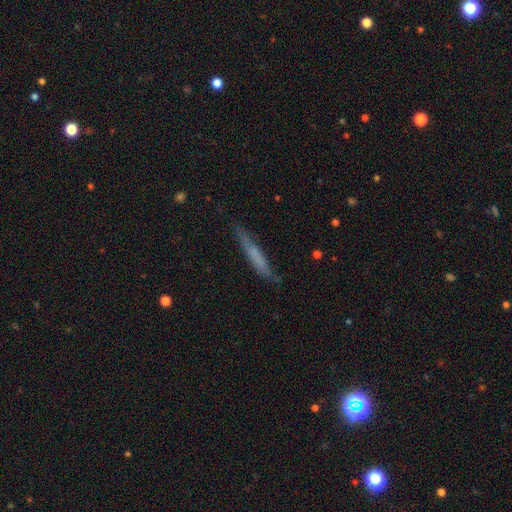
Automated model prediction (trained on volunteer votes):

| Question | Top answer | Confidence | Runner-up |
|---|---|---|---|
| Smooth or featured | smooth | 58% | featured or disk (35%) |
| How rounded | cigar-shaped | 95% | in between (4%) |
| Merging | none | 80% | minor disturbance (15%) |